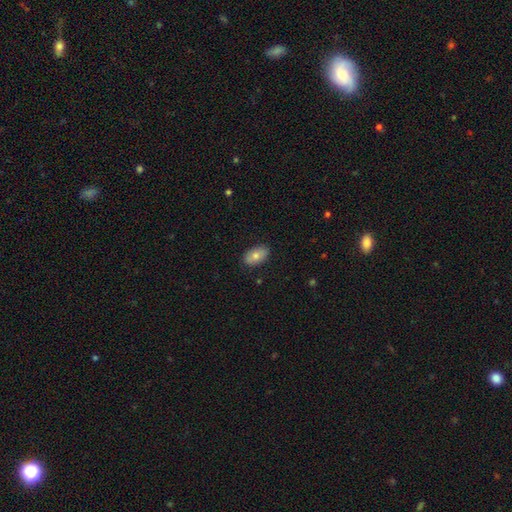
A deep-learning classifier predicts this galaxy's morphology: Smooth or featured? smooth (75%)
How rounded? in between (92%)
Merging? none (85%)